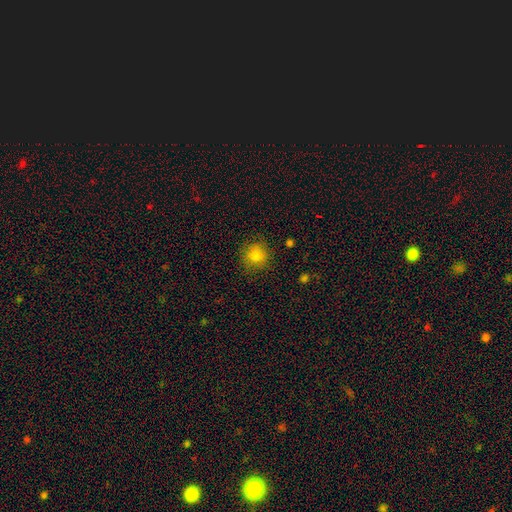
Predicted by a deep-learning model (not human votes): Smooth or featured?
  - smooth: 82% *
  - star or artifact: 11%
  - featured or disk: 6%
How rounded?
  - round: 90% *
  - in between: 9%
  - cigar-shaped: 1%
Merging?
  - none: 85% *
  - minor disturbance: 11%
  - major disturbance: 3%
  - merger: 1%